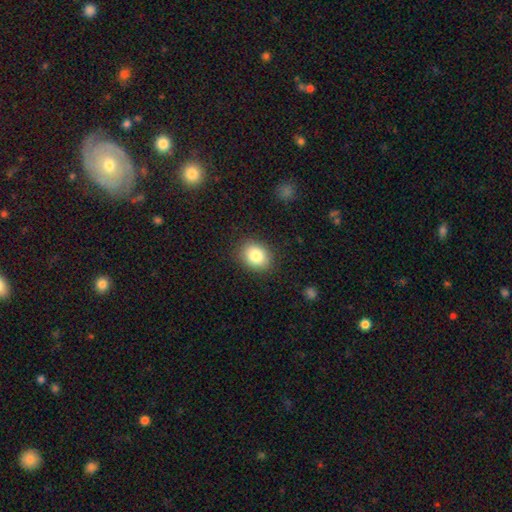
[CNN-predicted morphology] Smooth or featured: smooth — 84% (star or artifact — 9%)
How rounded: in between — 53% (round — 46%)
Merging: none — 87% (minor disturbance — 9%)